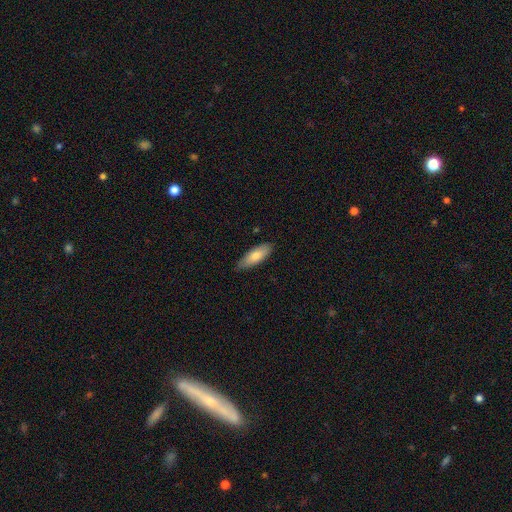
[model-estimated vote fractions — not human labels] Morphology: type=smooth (74%); roundness=in between (65%); merging=none (81%).